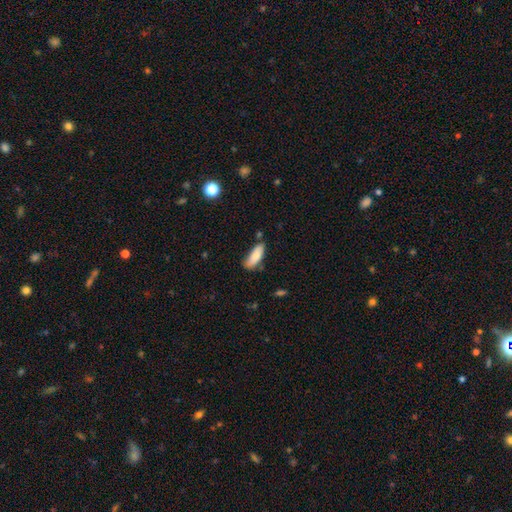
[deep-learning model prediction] This appears to be a smooth galaxy with no disk features (84%) that is in between round and cigar-shaped (69%). Merging: none (66%).